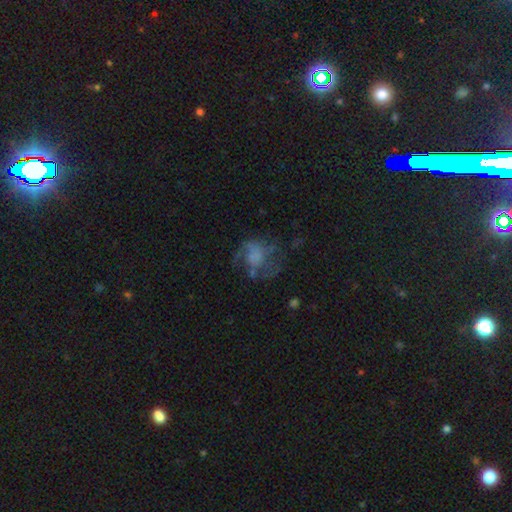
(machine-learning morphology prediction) type=featured or disk (55%); edge-on=no (98%); bar=no (81%); spiral arms=yes (60%); bulge=none (57%); merging=none (40%).